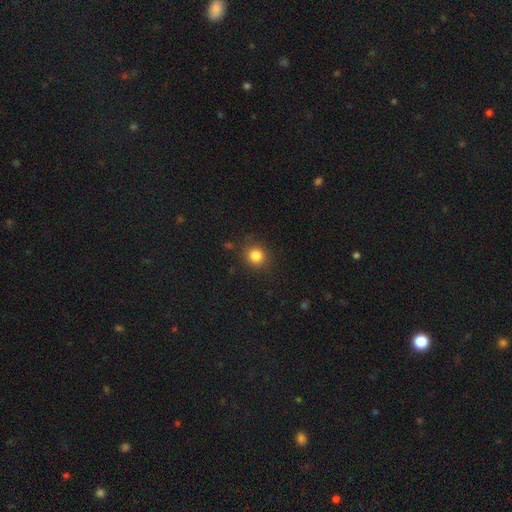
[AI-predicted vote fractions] This appears to be a smooth galaxy with no disk features (83%) that is round (88%). Merging: none (85%).